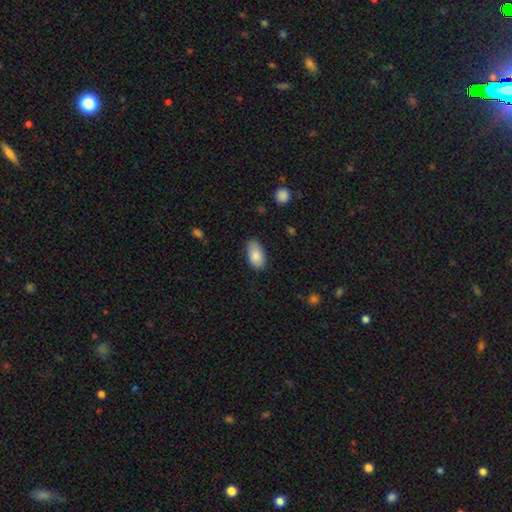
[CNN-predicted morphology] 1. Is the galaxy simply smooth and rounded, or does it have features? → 86% smooth, 7% featured or disk, 7% star or artifact.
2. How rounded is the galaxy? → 94% in between, 4% round, 2% cigar-shaped.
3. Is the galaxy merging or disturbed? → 74% none, 22% minor disturbance, 4% major disturbance, 1% merger.